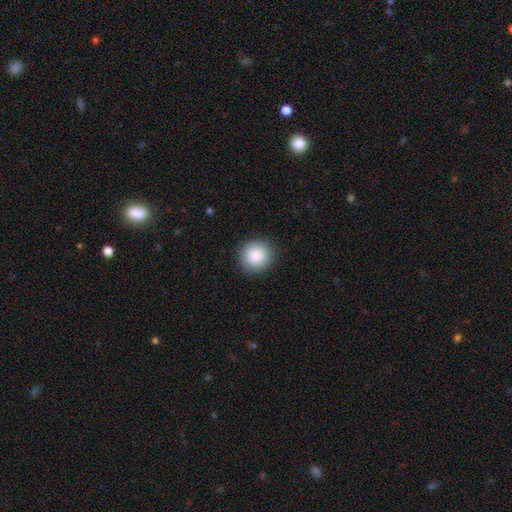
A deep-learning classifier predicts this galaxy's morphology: This is clearly a smooth galaxy (86%). How rounded: clearly round (90%). Merging: clearly none (88%).